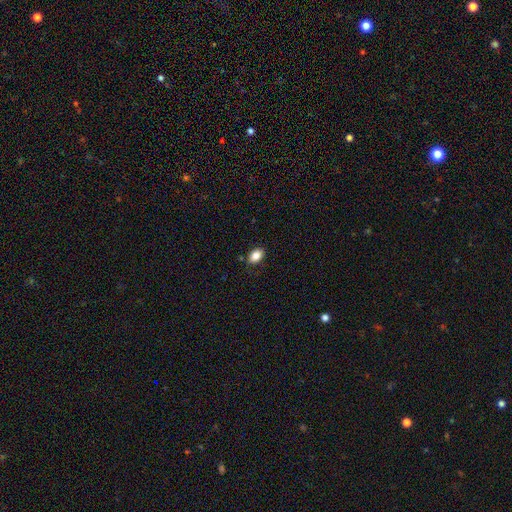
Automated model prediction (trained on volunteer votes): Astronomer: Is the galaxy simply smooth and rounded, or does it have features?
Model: smooth — 85%.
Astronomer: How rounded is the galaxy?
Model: in between — 86%.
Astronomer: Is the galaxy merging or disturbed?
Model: none — 84%.